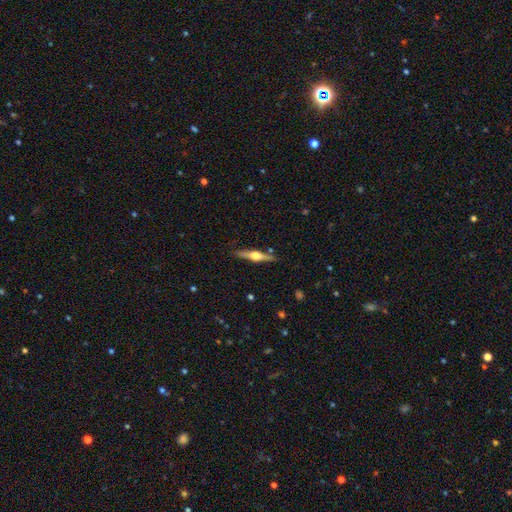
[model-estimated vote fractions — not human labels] Smooth or featured: featured or disk — 72% (smooth — 22%)
Edge-on disk: yes — 97% (no — 3%)
Edge-on bulge: rounded — 94% (boxy — 4%)
Merging: none — 87% (minor disturbance — 9%)